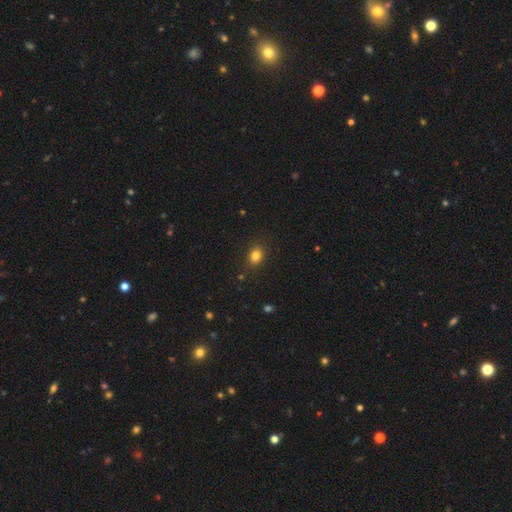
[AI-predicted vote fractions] Overall: smooth (82%). How rounded: round (56%; in between 43%). Merging: none (87%).